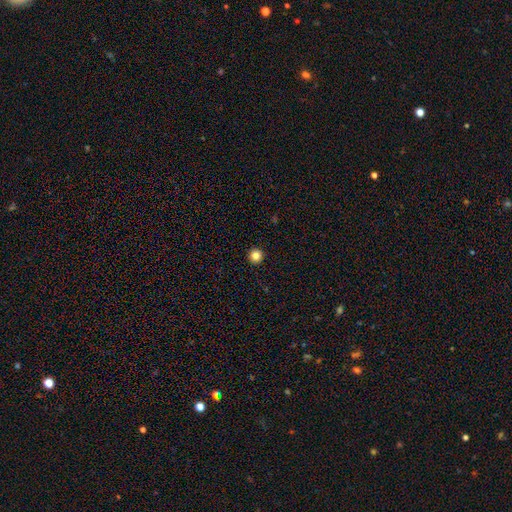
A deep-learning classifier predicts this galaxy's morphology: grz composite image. It shows a smooth galaxy with no disk features (83%) that is round (96%). Merging: none (94%).